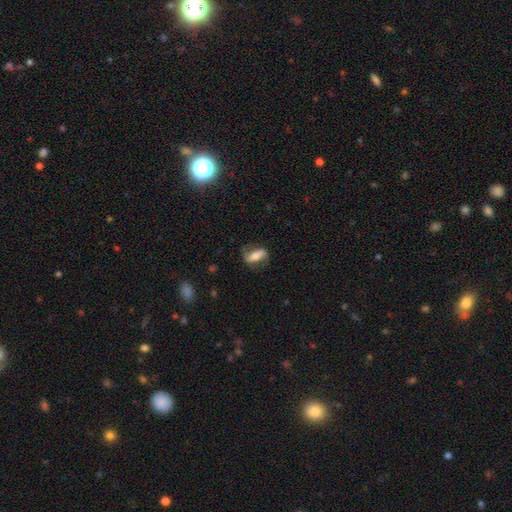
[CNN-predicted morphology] featured or disk 47%, smooth 46%, star or artifact 7%. Down the decision tree: merging — none (67%).